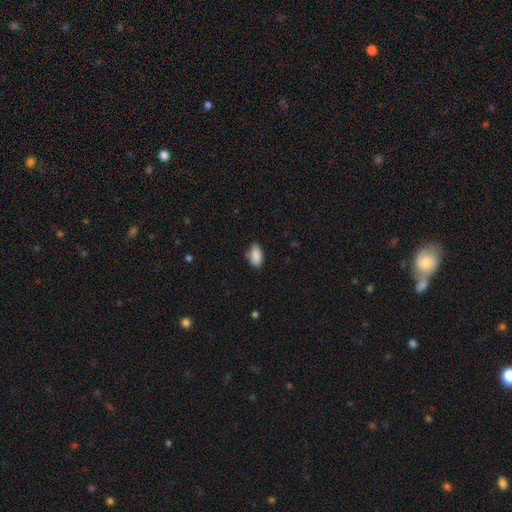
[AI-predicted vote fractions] A smooth galaxy with no disk features (89%) that is in between round and cigar-shaped (93%).

Vote fractions:
- Smooth or featured? smooth: 89% / star or artifact: 7% / featured or disk: 4%
- How rounded? in between: 93% / round: 4% / cigar-shaped: 3%
- Merging? none: 80% / minor disturbance: 16% / major disturbance: 3% / merger: 1%